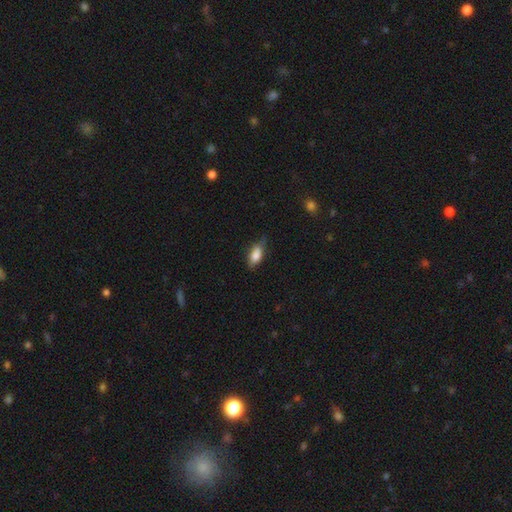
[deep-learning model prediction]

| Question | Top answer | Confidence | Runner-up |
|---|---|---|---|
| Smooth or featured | smooth | 81% | featured or disk (12%) |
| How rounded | in between | 85% | cigar-shaped (11%) |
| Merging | none | 64% | minor disturbance (28%) |